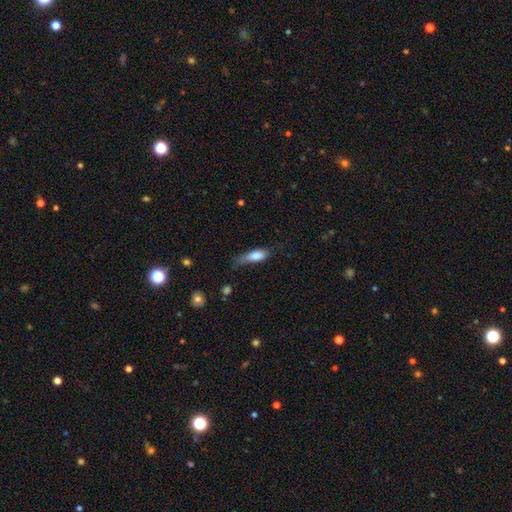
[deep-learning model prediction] This appears to be a smooth galaxy with no disk features (76%) that is in between round and cigar-shaped (63%). Merging: none (41%).